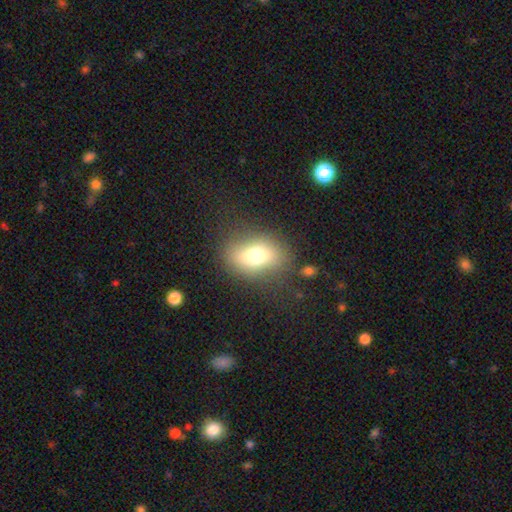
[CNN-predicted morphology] This appears to be a smooth galaxy with no disk features (71%) that is in between round and cigar-shaped (74%). Merging: none (77%).